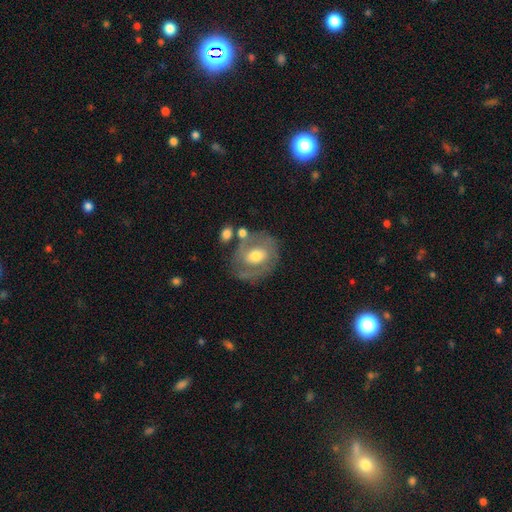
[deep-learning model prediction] Smooth or featured? Predicted: featured or disk (p=0.62). Edge-on disk? Predicted: no (p=0.95). Bar? Predicted: no (p=0.55). Spiral arms? Predicted: yes (p=0.54). Bulge size? Predicted: moderate (p=0.69). Merging? Predicted: none (p=0.66).